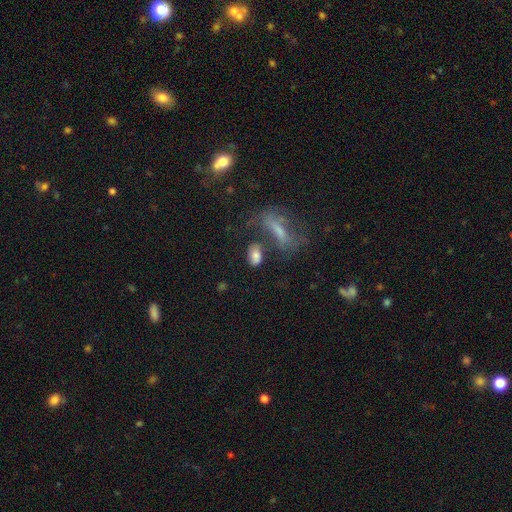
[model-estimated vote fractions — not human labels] Q: Smooth or featured?
A: smooth (75%); runner-up: featured or disk (15%)
Q: How rounded?
A: in between (85%); runner-up: round (10%)
Q: Merging?
A: none (53%); runner-up: merger (18%)